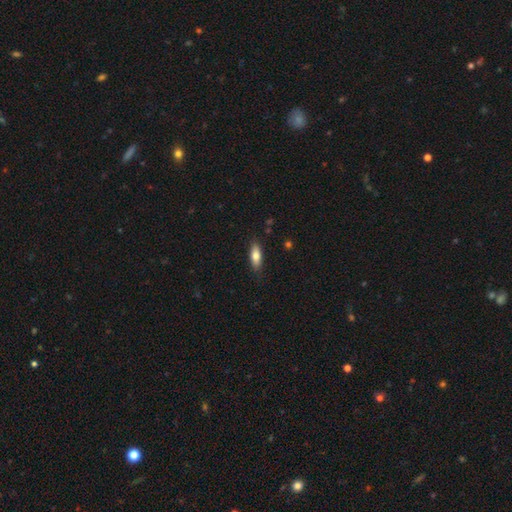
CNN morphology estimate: A smooth galaxy with no disk features (78%) that is in between round and cigar-shaped (69%).

Vote fractions:
- Smooth or featured? smooth: 78% / featured or disk: 15% / star or artifact: 7%
- How rounded? in between: 69% / cigar-shaped: 29% / round: 2%
- Merging? none: 84% / minor disturbance: 12% / major disturbance: 2% / merger: 1%